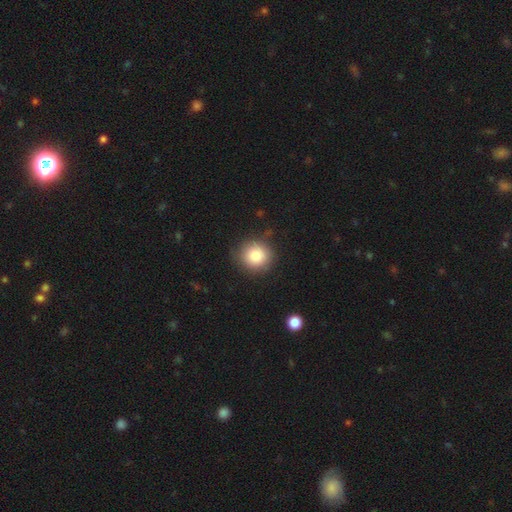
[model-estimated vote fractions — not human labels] Smooth or featured? smooth (82%)
How rounded? round (91%)
Merging? none (86%)